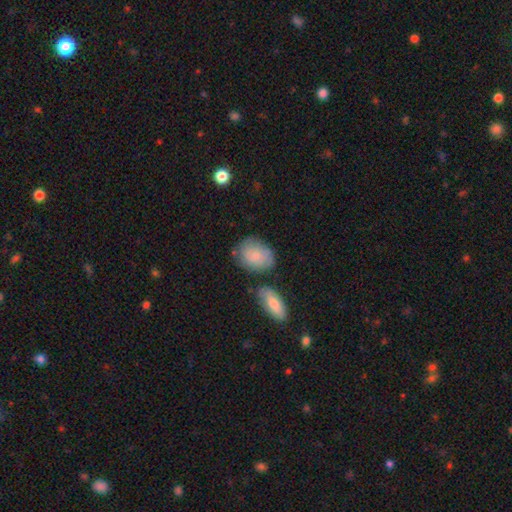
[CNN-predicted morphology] smooth 80%, featured or disk 14%, star or artifact 6%. Down the decision tree: how rounded — in between (59%); merging — none (62%).